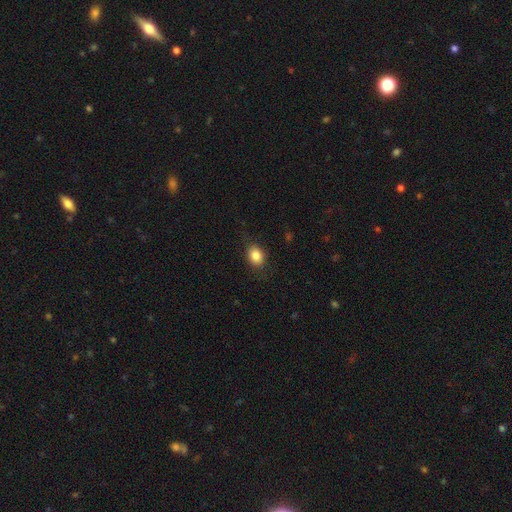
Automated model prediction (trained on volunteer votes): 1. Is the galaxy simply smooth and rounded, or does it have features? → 85% smooth, 9% star or artifact, 6% featured or disk.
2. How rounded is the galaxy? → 54% in between, 45% round, 1% cigar-shaped.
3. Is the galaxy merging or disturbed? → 82% none, 13% minor disturbance, 4% major disturbance, 1% merger.